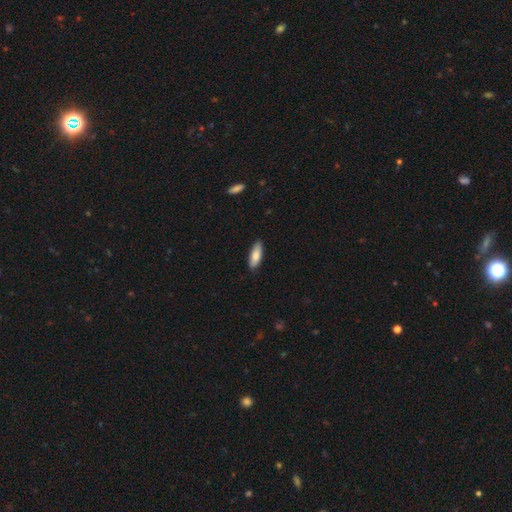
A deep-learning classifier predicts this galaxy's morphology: A smooth galaxy with no disk features (82%) that is in between round and cigar-shaped (62%).

Vote fractions:
- Smooth or featured? smooth: 82% / featured or disk: 12% / star or artifact: 6%
- How rounded? in between: 62% / cigar-shaped: 36% / round: 2%
- Merging? none: 86% / minor disturbance: 11% / major disturbance: 2% / merger: 1%